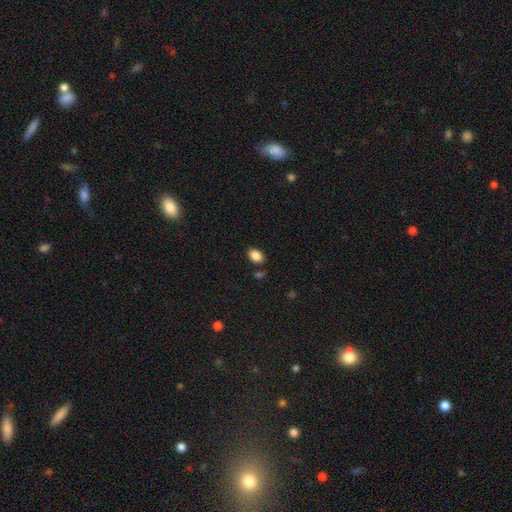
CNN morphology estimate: Smooth or featured: smooth — 86% (star or artifact — 9%)
How rounded: in between — 82% (round — 17%)
Merging: none — 81% (minor disturbance — 11%)